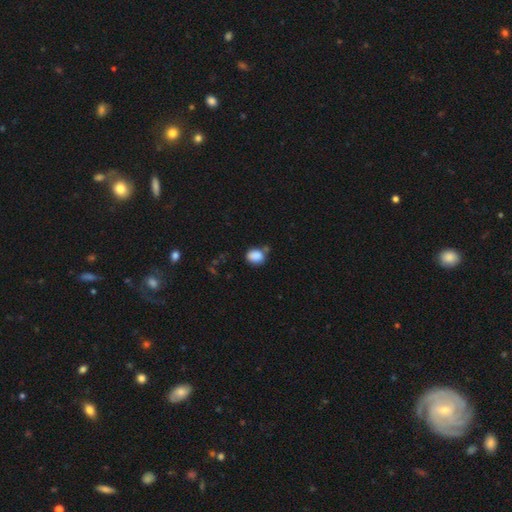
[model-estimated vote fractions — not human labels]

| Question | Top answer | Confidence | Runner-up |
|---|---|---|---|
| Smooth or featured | smooth | 86% | star or artifact (9%) |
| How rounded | in between | 52% | round (47%) |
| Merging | none | 55% | minor disturbance (25%) |